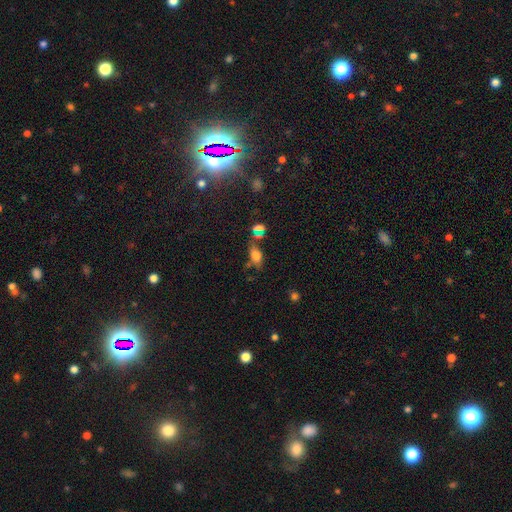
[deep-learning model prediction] Smooth or featured? Predicted: smooth (p=0.70). How rounded? Predicted: in between (p=0.82). Merging? Predicted: none (p=0.57).